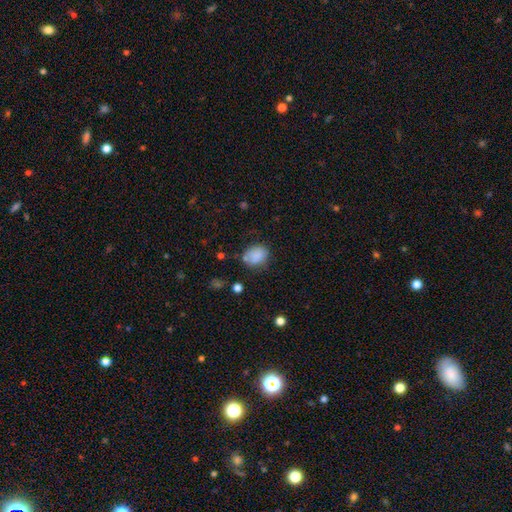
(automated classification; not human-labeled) The model was most divided on "how rounded": in between: 51%, round: 48%, cigar-shaped: 1%. More confident: smooth or featured — smooth (83%); merging — none (66%).